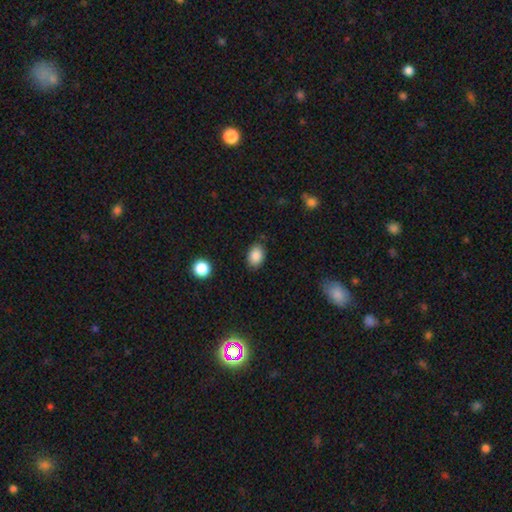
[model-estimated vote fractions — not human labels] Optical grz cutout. It shows a smooth galaxy with no disk features (87%) that is in between round and cigar-shaped (75%). Merging: none (84%).